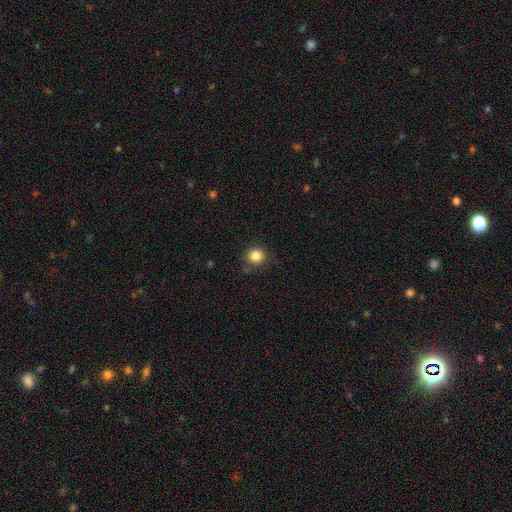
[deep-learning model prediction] This is clearly a smooth galaxy (85%). How rounded: clearly round (89%). Merging: clearly none (82%).